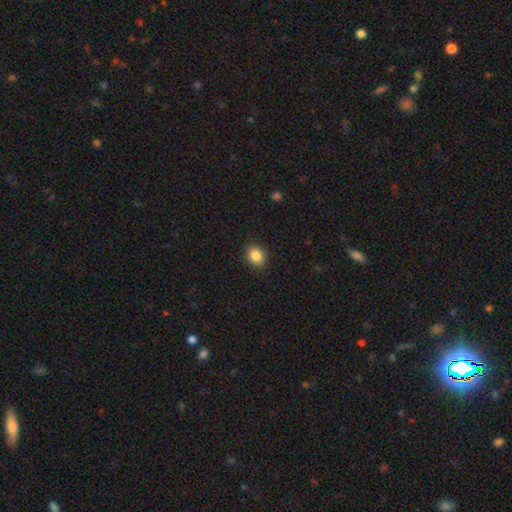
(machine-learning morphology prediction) Q: Smooth or featured?
A: smooth (86%); runner-up: star or artifact (9%)
Q: How rounded?
A: in between (61%); runner-up: round (38%)
Q: Merging?
A: none (89%); runner-up: minor disturbance (8%)